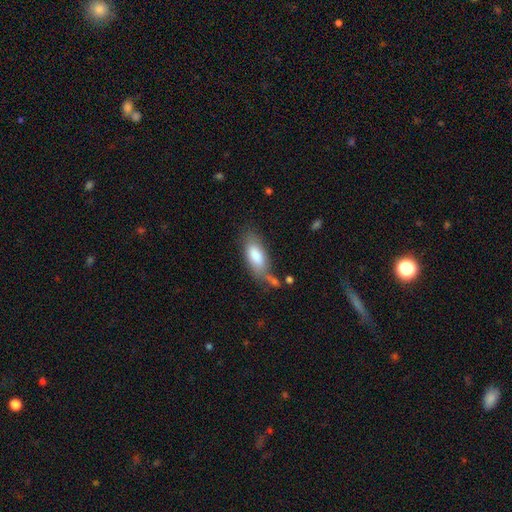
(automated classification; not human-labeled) A smooth galaxy with no disk features (81%) that is in between round and cigar-shaped (80%).

Vote fractions:
- Smooth or featured? smooth: 81% / featured or disk: 13% / star or artifact: 6%
- How rounded? in between: 80% / cigar-shaped: 18% / round: 2%
- Merging? none: 54% / minor disturbance: 25% / merger: 11% / major disturbance: 10%